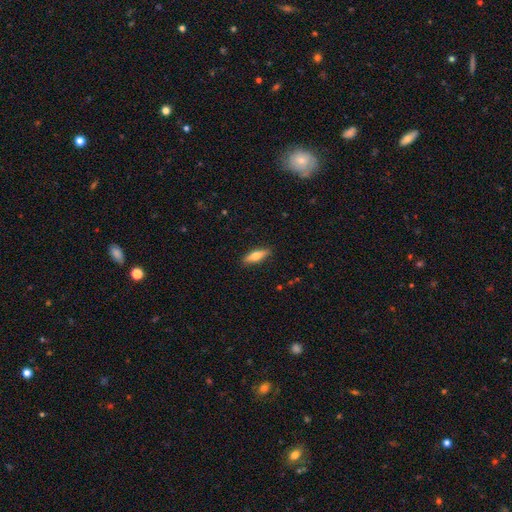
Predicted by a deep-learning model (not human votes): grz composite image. It shows a smooth galaxy with no disk features (62%) that is cigar-shaped (50%). Merging: none (89%).